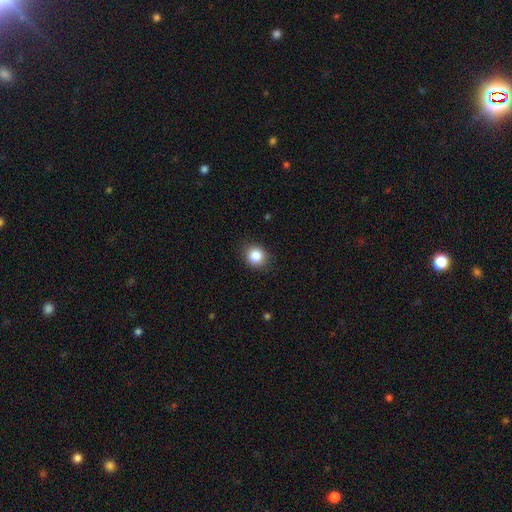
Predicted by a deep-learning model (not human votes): The model was most divided on "how rounded": round: 76%, in between: 23%, cigar-shaped: 1%. More confident: merging — none (87%); smooth or featured — smooth (85%).